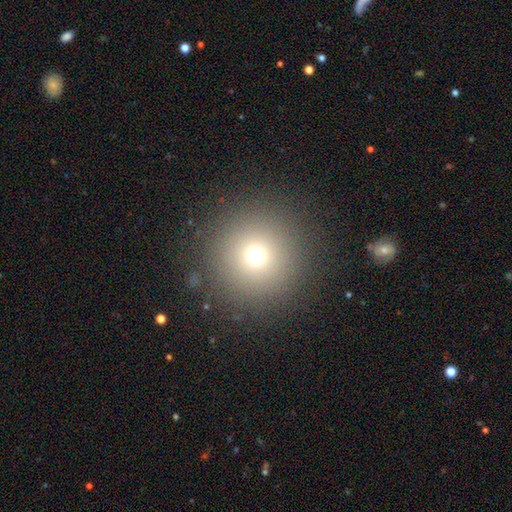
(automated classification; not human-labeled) smooth_or_featured: smooth (p=0.71) [alt: star or artifact p=0.20]
how_rounded: round (p=0.96) [alt: in between p=0.03]
merging: none (p=0.90) [alt: minor disturbance p=0.05]